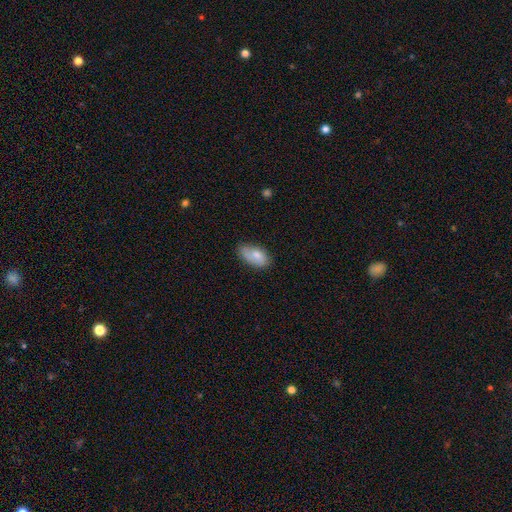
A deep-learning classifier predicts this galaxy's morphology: Q: Smooth or featured?
A: smooth (73%); runner-up: featured or disk (21%)
Q: How rounded?
A: in between (92%); runner-up: round (4%)
Q: Merging?
A: none (65%); runner-up: minor disturbance (26%)